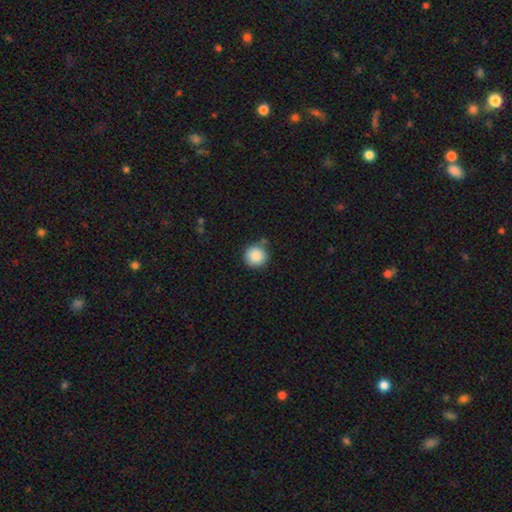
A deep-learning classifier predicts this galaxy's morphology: Smooth or featured? Predicted: smooth (p=0.88). How rounded? Predicted: round (p=0.95). Merging? Predicted: none (p=0.81).